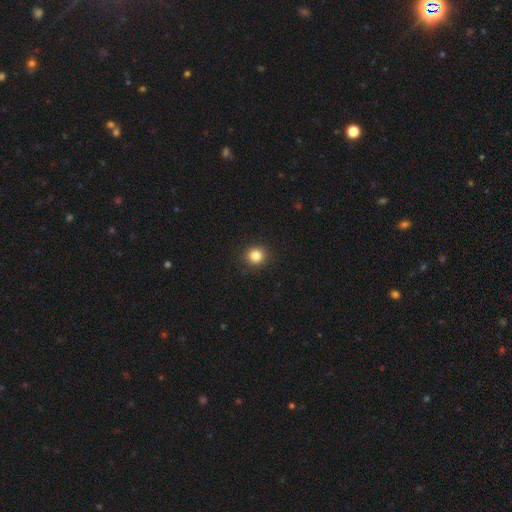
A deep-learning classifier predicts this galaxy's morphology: smooth_or_featured: smooth (p=0.84) [alt: star or artifact p=0.11]
how_rounded: round (p=0.91) [alt: in between p=0.08]
merging: none (p=0.92) [alt: minor disturbance p=0.06]